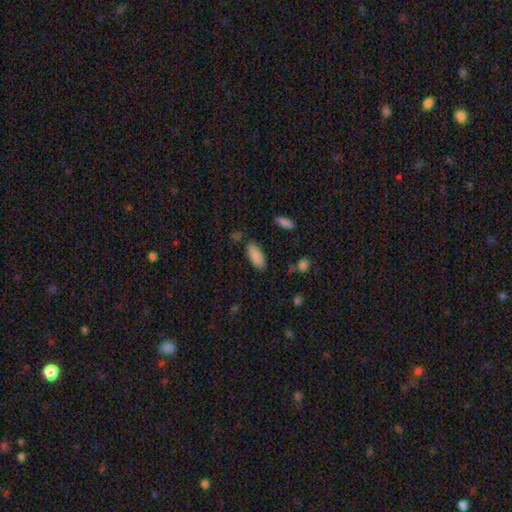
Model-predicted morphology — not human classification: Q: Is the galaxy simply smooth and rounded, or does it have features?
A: smooth — 87%.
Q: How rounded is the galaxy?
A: in between — 83%.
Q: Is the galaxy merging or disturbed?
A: none — 82%.